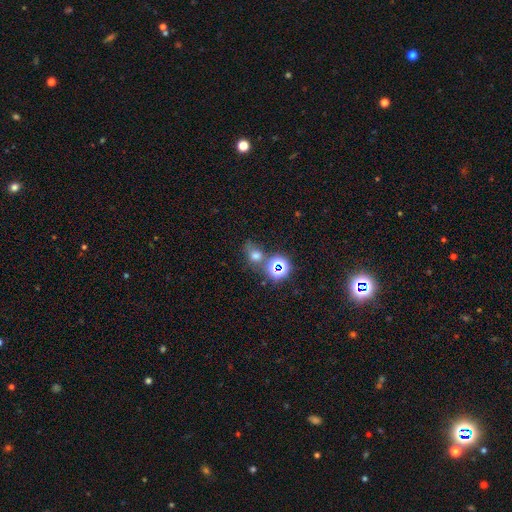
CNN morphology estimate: smooth 58%, star or artifact 31%, featured or disk 11%. Down the decision tree: how rounded — round (58%); merging — none (56%).